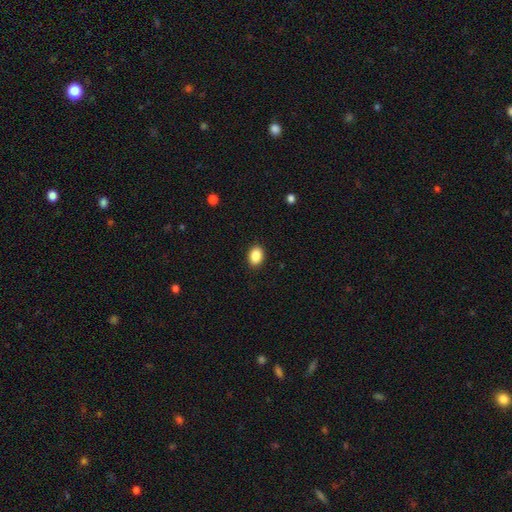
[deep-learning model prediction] Smooth or featured: smooth — 89% (star or artifact — 8%)
How rounded: in between — 75% (round — 23%)
Merging: none — 90% (minor disturbance — 7%)